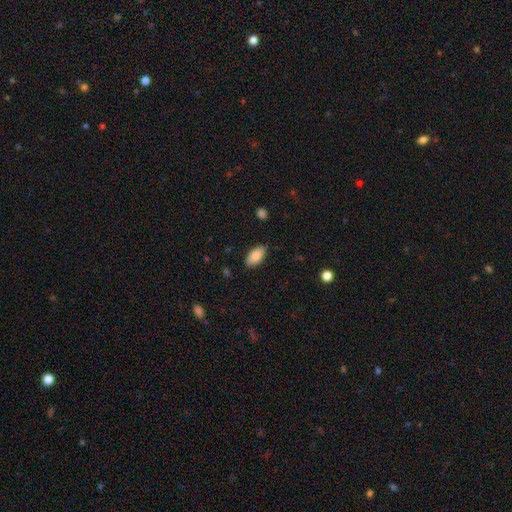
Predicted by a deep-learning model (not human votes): smooth 85%, featured or disk 9%, star or artifact 7%. Down the decision tree: how rounded — in between (94%); merging — none (83%).